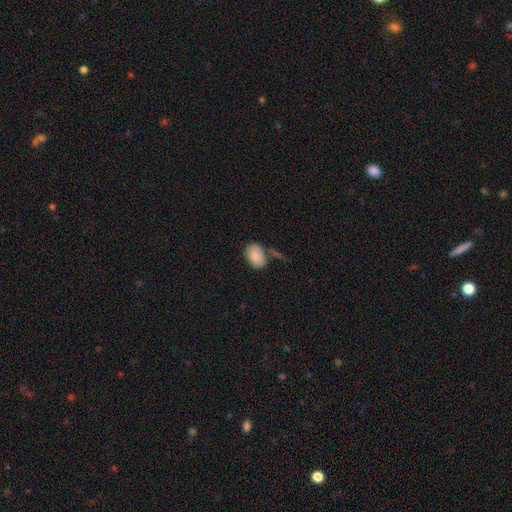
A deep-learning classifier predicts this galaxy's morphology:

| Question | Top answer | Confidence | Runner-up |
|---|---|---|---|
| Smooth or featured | smooth | 86% | star or artifact (7%) |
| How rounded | in between | 85% | round (14%) |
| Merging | none | 57% | minor disturbance (20%) |